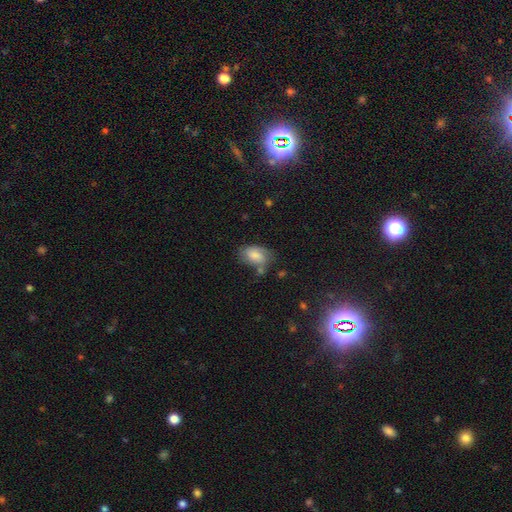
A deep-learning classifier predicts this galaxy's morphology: smooth-or-featured: smooth: 69% | featured or disk: 22% | star or artifact: 8%
  how-rounded: in between: 88% | round: 10% | cigar-shaped: 2%
  merging: none: 50% | minor disturbance: 28% | major disturbance: 11% | merger: 11%